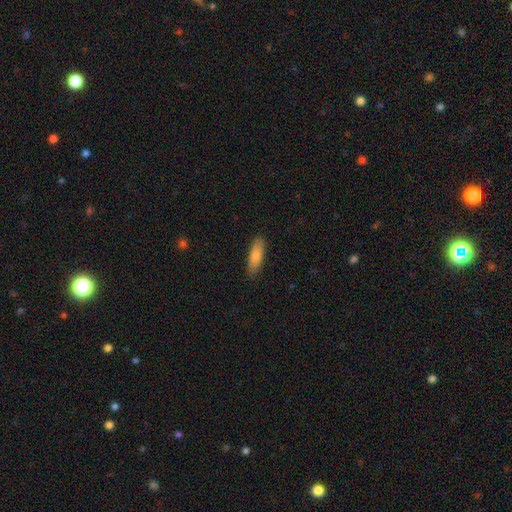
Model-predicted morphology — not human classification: This appears to be a smooth galaxy with no disk features (85%) that is cigar-shaped (50%). Merging: none (86%).